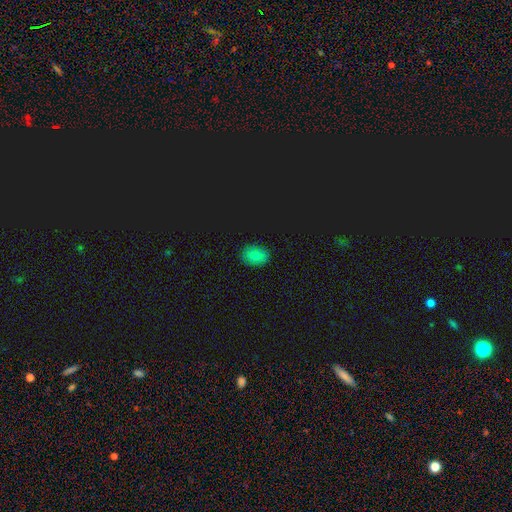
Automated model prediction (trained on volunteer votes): Morphology: type=smooth (75%); roundness=in between (62%); merging=none (87%).